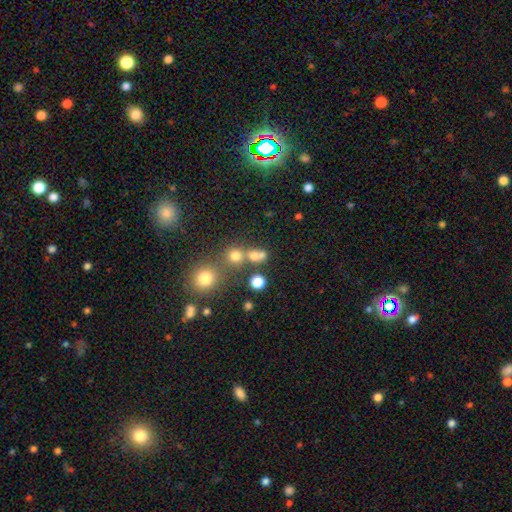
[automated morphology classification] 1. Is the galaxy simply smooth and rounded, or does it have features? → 68% smooth, 20% star or artifact, 12% featured or disk.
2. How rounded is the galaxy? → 74% round, 24% in between, 2% cigar-shaped.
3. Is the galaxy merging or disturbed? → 47% none, 37% merger, 9% minor disturbance, 6% major disturbance.